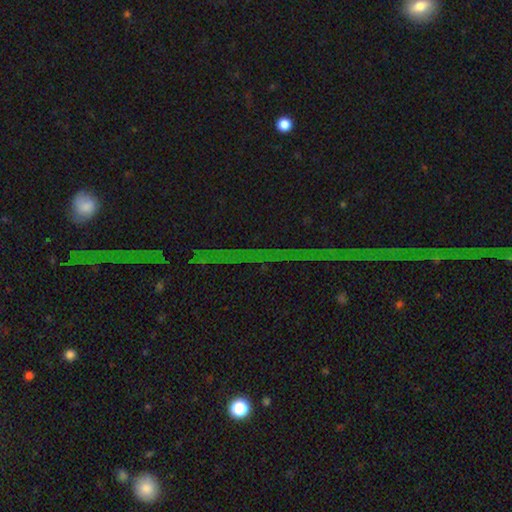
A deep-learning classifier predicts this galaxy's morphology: star or artifact 79%, featured or disk 13%, smooth 8%.